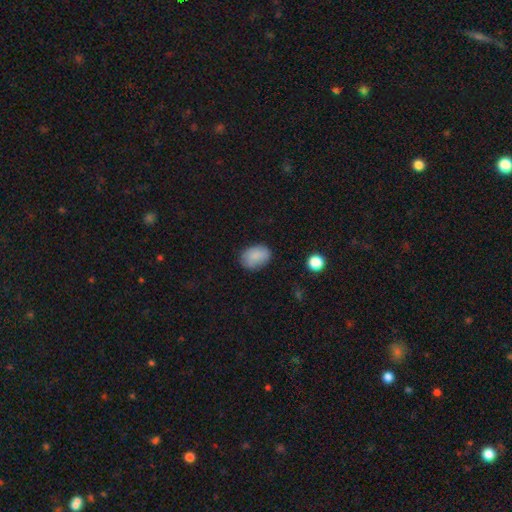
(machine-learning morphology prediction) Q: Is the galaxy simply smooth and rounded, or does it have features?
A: smooth — 86%.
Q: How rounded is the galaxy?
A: in between — 77%.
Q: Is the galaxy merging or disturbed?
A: none — 79%.